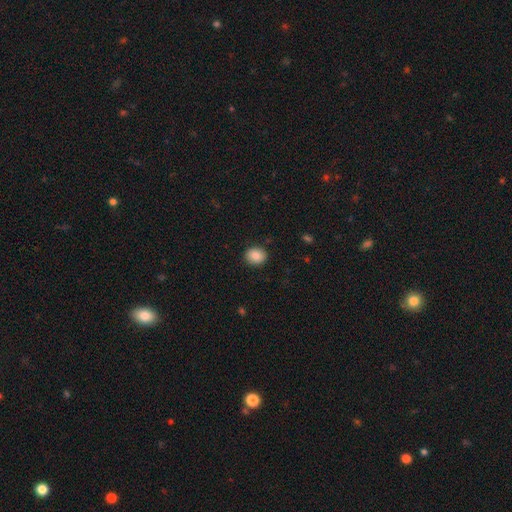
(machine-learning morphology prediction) Smooth or featured? Predicted: smooth (p=0.85). How rounded? Predicted: round (p=0.73). Merging? Predicted: none (p=0.90).